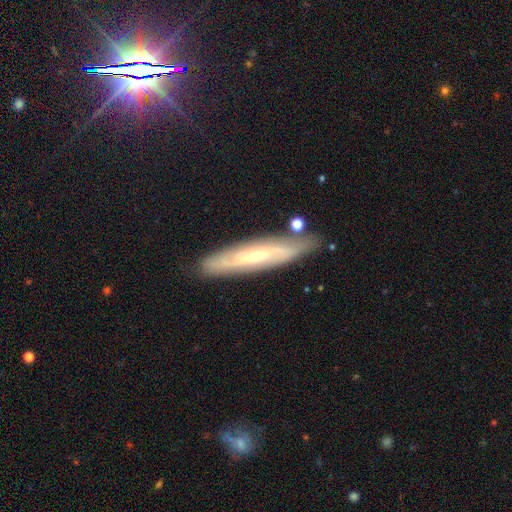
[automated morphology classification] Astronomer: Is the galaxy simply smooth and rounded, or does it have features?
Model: featured or disk — 70%.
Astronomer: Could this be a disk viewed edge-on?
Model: no — 51% (runner-up: yes, 49%).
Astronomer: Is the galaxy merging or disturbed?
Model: none — 82%.